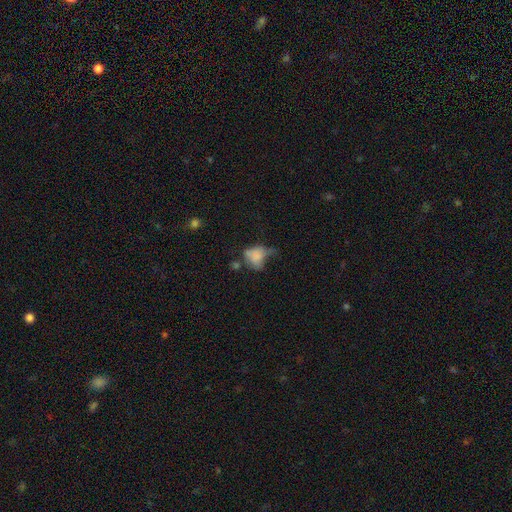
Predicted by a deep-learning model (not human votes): A smooth galaxy with no disk features (67%) that is in between round and cigar-shaped (68%). Merging: major disturbance (36%).